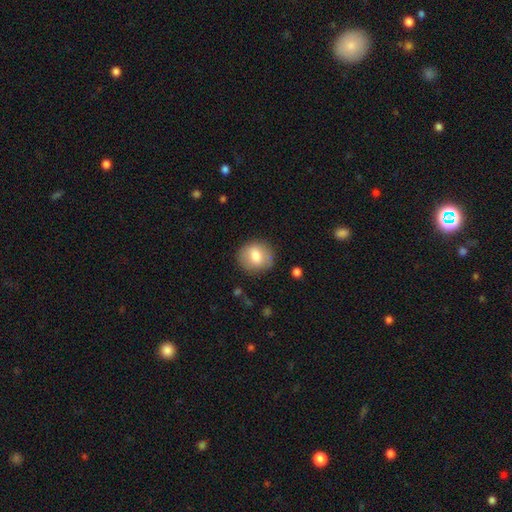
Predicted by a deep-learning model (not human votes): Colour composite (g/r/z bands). It shows a smooth galaxy with no disk features (74%) that is round (81%). Merging: none (84%).